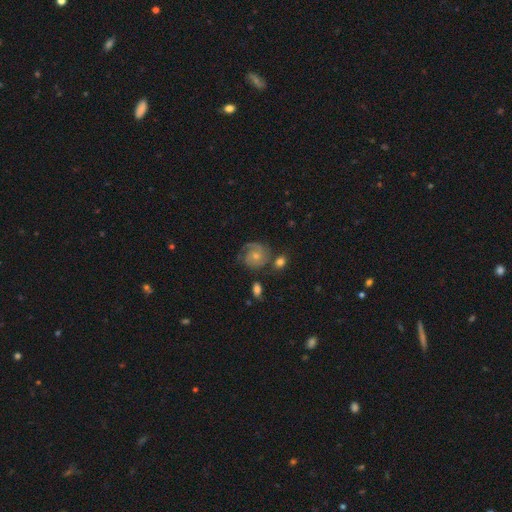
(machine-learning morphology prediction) type=featured or disk (76%); edge-on=no (98%); bar=no (74%); spiral arms=yes (94%); winding=tight (56%); arm count=2 (44%); bulge=small (52%); merging=none (63%).